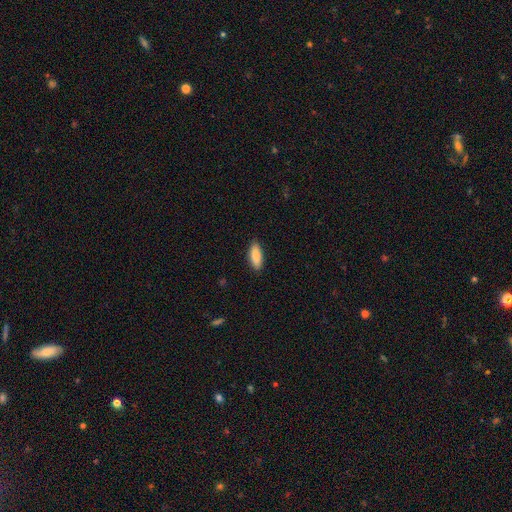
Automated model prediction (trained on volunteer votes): A smooth galaxy with no disk features (86%) that is in between round and cigar-shaped (75%).

Vote fractions:
- Smooth or featured? smooth: 86% / featured or disk: 8% / star or artifact: 6%
- How rounded? in between: 75% / cigar-shaped: 23% / round: 2%
- Merging? none: 88% / minor disturbance: 9% / major disturbance: 2% / merger: 1%